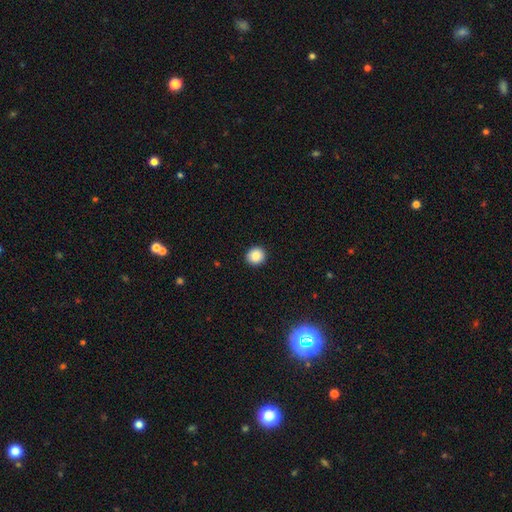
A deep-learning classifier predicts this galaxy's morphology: smooth 87%, star or artifact 9%, featured or disk 4%. Down the decision tree: how rounded — round (91%); merging — none (93%).